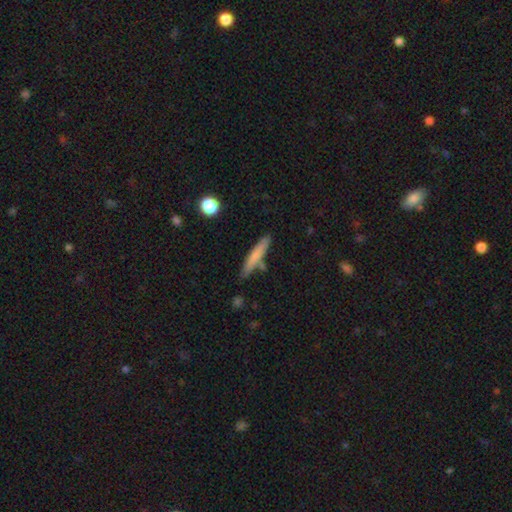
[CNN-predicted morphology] smooth 69%, featured or disk 25%, star or artifact 6%. Down the decision tree: how rounded — cigar-shaped (91%); merging — none (77%).